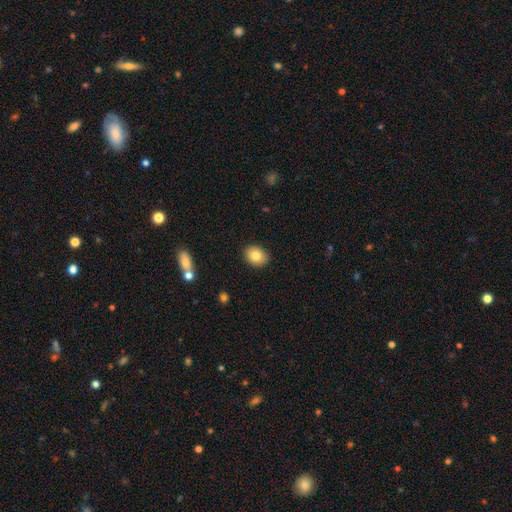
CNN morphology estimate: Q: Smooth or featured?
A: smooth (81%); runner-up: featured or disk (10%)
Q: How rounded?
A: in between (58%); runner-up: round (41%)
Q: Merging?
A: none (89%); runner-up: minor disturbance (8%)